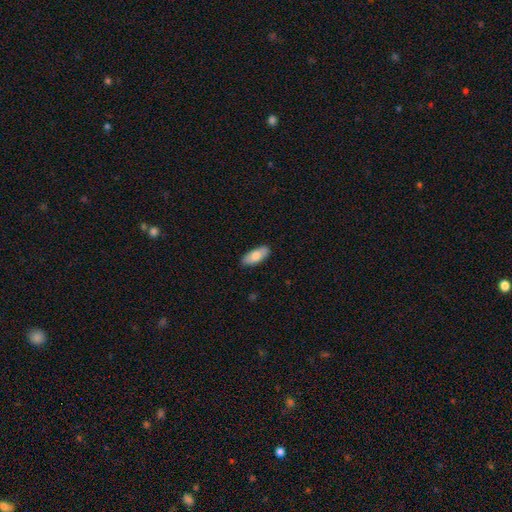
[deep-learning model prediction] Smooth or featured: smooth — 77% (featured or disk — 17%)
How rounded: in between — 87% (cigar-shaped — 11%)
Merging: none — 88% (minor disturbance — 9%)